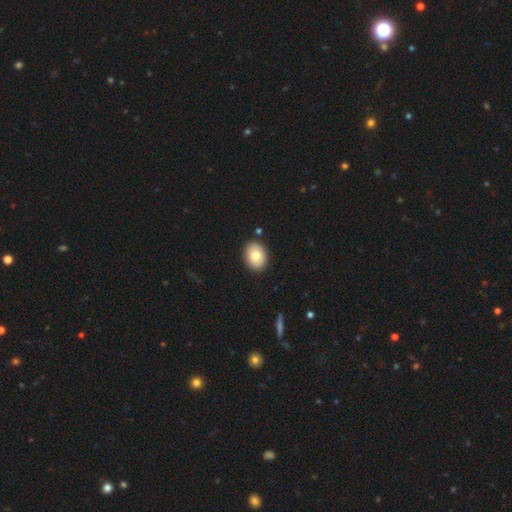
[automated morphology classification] The model was most divided on "how rounded": in between: 56%, round: 43%, cigar-shaped: 1%. More confident: merging — none (89%); smooth or featured — smooth (79%).